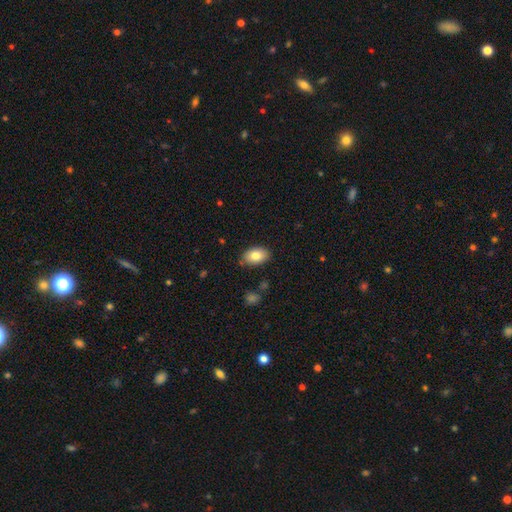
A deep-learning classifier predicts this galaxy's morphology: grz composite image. It shows a smooth galaxy with no disk features (82%) that is in between round and cigar-shaped (90%). Merging: none (84%).